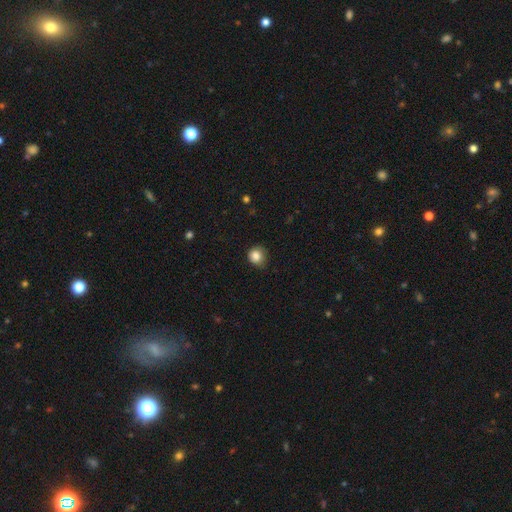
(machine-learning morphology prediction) smooth 85%, star or artifact 10%, featured or disk 5%. Down the decision tree: how rounded — round (84%); merging — none (73%).